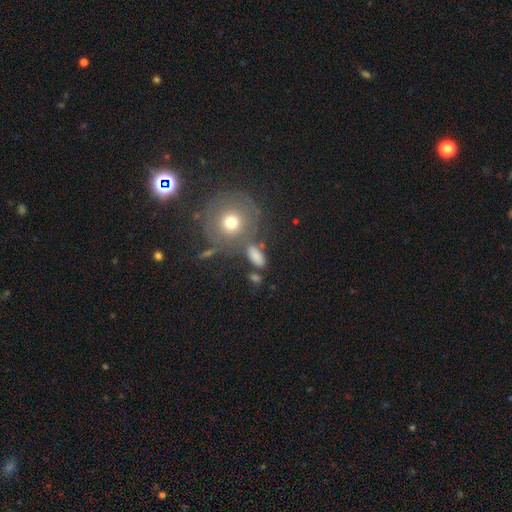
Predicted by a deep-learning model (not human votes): A smooth galaxy with no disk features (78%) that is in between round and cigar-shaped (78%). Merging: none (63%).